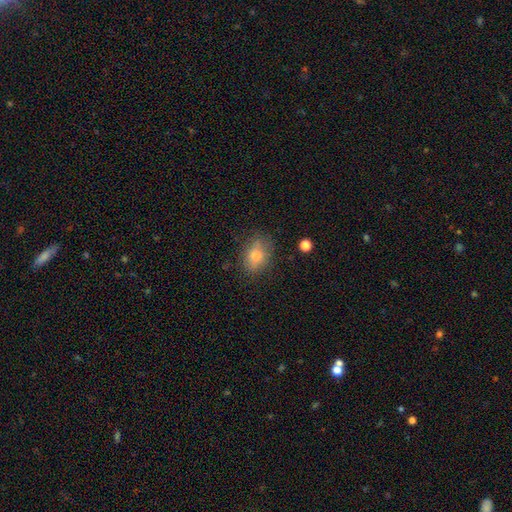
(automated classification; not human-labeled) This appears to be a smooth galaxy with no disk features (72%) that is in between round and cigar-shaped (73%). Merging: none (74%).